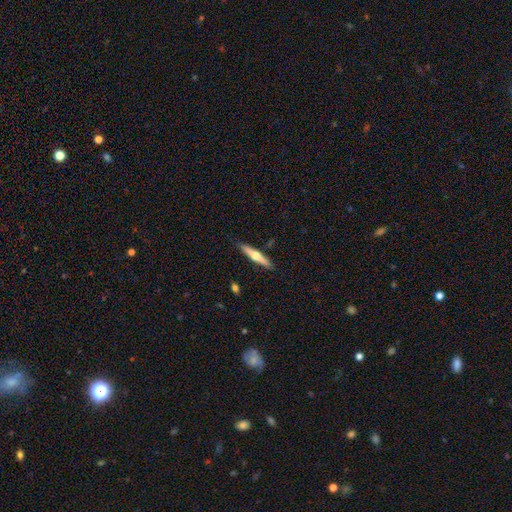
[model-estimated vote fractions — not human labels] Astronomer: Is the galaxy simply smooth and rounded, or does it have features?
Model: featured or disk — 57% (runner-up: smooth, 38%).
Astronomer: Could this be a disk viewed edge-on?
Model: yes — 95%.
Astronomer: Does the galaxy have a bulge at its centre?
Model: rounded — 93%.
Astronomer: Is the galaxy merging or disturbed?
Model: none — 88%.